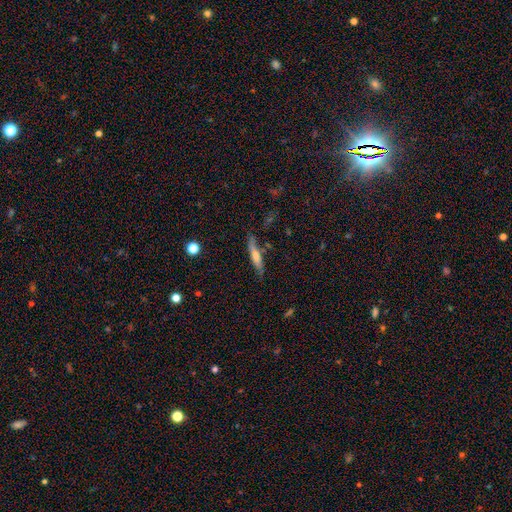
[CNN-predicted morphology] Q: Smooth or featured?
A: smooth (52%); runner-up: featured or disk (41%)
Q: How rounded?
A: cigar-shaped (87%); runner-up: in between (11%)
Q: Merging?
A: none (73%); runner-up: minor disturbance (18%)